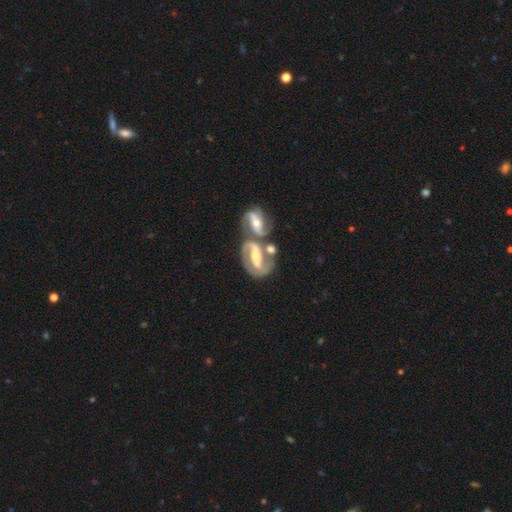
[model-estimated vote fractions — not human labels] A featured or disk galaxy (86%) with a strong bar (46%), 2 (85%) medium (50%) spiral arms (93%) and a moderate central bulge (57%).

Vote fractions:
- Smooth or featured? featured or disk: 86% / smooth: 8% / star or artifact: 6%
- Edge-on disk? no: 96% / yes: 4%
- Bar? strong: 46% / weak: 37% / no: 16%
- Spiral arms? yes: 93% / no: 7%
- Spiral winding? medium: 50% / tight: 32% / loose: 17%
- Spiral arm count? 2: 85% / can't tell: 6% / 1: 4% / 3: 2% / 4: 1% / more than 4: 1%
- Bulge size? moderate: 57% / small: 34% / large: 4% / none: 3% / dominant: 1%
- Merging? merger: 63% / none: 23% / minor disturbance: 8% / major disturbance: 6%